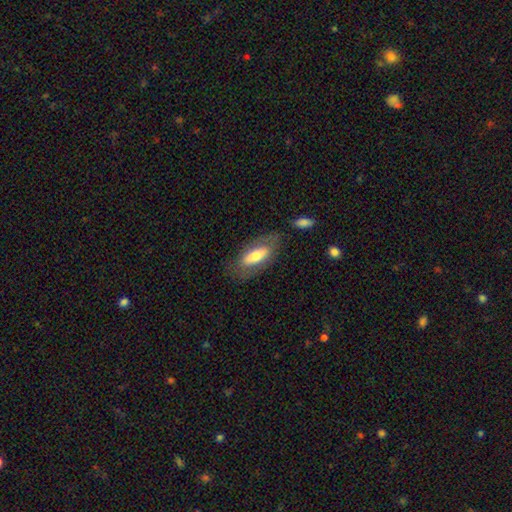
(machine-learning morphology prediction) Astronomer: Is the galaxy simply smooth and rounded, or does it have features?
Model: smooth — 58% (runner-up: featured or disk, 36%).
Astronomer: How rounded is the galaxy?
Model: in between — 78%.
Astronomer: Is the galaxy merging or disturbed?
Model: none — 72%.